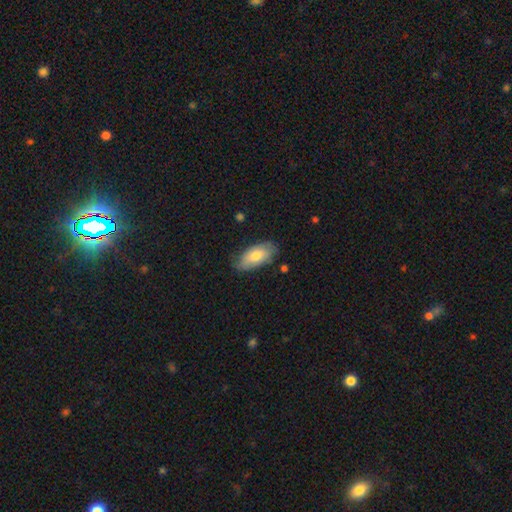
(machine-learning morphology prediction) This is likely a smooth galaxy (72%). How rounded: clearly in between (91%). Merging: likely none (71%).